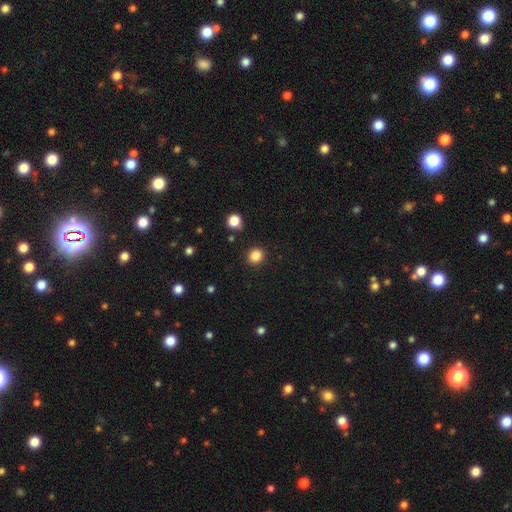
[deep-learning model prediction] The model was most divided on "how rounded": round: 87%, in between: 12%, cigar-shaped: 1%. More confident: merging — none (90%); smooth or featured — smooth (85%).